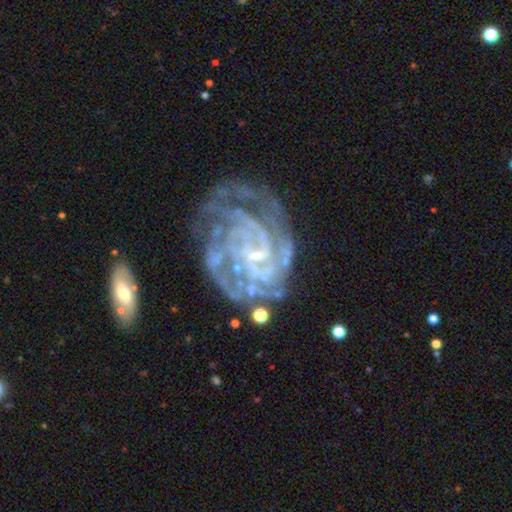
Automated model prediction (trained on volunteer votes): This is clearly a featured or disk galaxy (89%). It is clearly not viewed edge-on (98%). Bar: marginally no (45%). Spiral arm pattern: clearly yes (96%). Spiral arm count: marginally can't tell (27%). Spiral winding: likely tight (72%). Central bulge: likely small (76%). Merging: possibly none (54%).